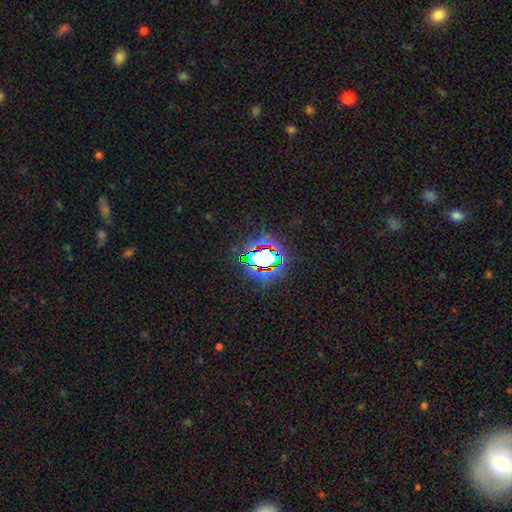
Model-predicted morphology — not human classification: Q: Smooth or featured?
A: star or artifact (75%); runner-up: smooth (15%)